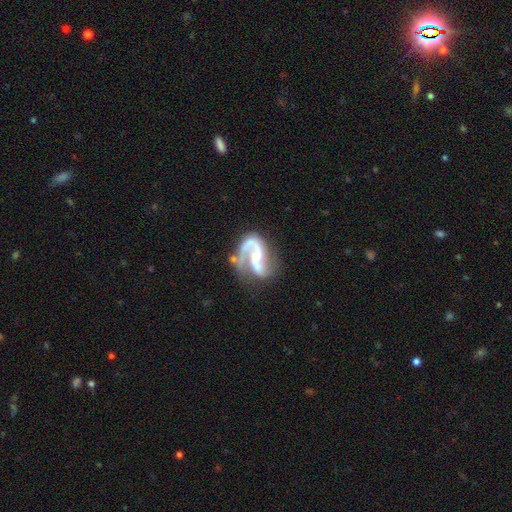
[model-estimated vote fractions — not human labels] Smooth or featured?
  - featured or disk: 89% *
  - smooth: 6%
  - star or artifact: 5%
Edge-on disk?
  - no: 98% *
  - yes: 2%
Bar?
  - weak: 40% *
  - no: 36%
  - strong: 24%
Spiral arms?
  - yes: 97% *
  - no: 3%
Spiral winding?
  - medium: 48% *
  - loose: 37%
  - tight: 14%
Spiral arm count?
  - 2: 81% *
  - 1: 13%
  - can't tell: 3%
  - 3: 2%
  - 4: 1%
  - more than 4: 1%
Bulge size?
  - small: 50% *
  - moderate: 39%
  - none: 7%
  - large: 3%
  - dominant: 1%
Merging?
  - none: 53% *
  - minor disturbance: 21%
  - major disturbance: 19%
  - merger: 6%